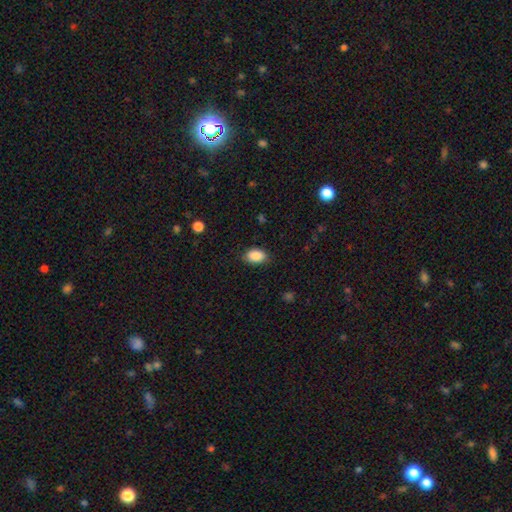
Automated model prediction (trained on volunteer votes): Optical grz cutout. It shows a smooth galaxy with no disk features (89%) that is in between round and cigar-shaped (88%). Merging: none (83%).